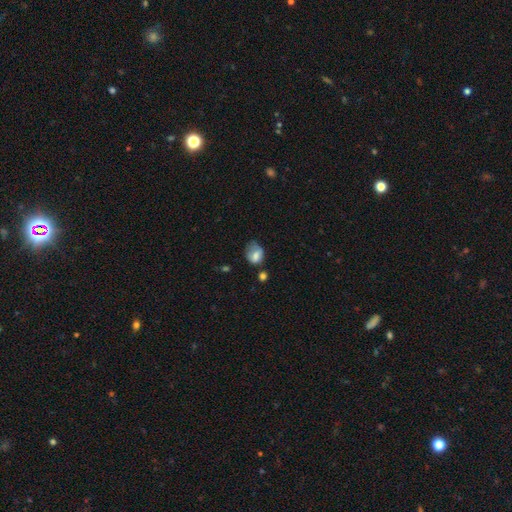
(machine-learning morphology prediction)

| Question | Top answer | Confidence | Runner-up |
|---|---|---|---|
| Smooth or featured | smooth | 71% | featured or disk (19%) |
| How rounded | in between | 52% | round (47%) |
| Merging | none | 37% | minor disturbance (34%) |